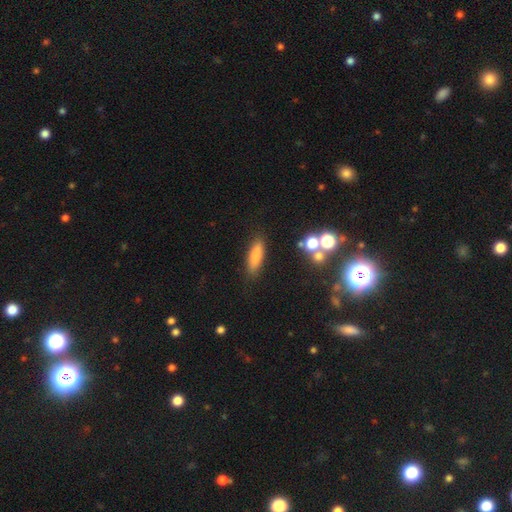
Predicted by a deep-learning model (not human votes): Q: Smooth or featured?
A: smooth (82%); runner-up: featured or disk (10%)
Q: How rounded?
A: cigar-shaped (52%); runner-up: in between (45%)
Q: Merging?
A: none (84%); runner-up: minor disturbance (10%)